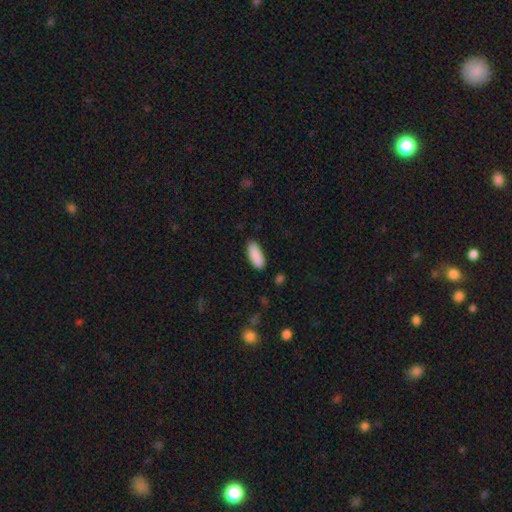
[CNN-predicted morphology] A smooth galaxy with no disk features (90%) that is in between round and cigar-shaped (81%).

Vote fractions:
- Smooth or featured? smooth: 90% / star or artifact: 6% / featured or disk: 4%
- How rounded? in between: 81% / cigar-shaped: 17% / round: 2%
- Merging? none: 87% / minor disturbance: 10% / major disturbance: 2% / merger: 1%